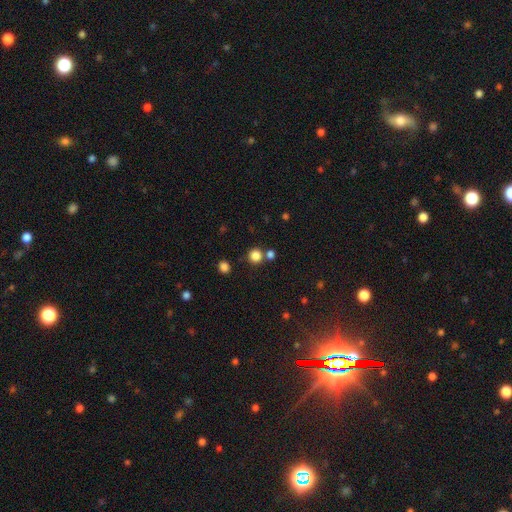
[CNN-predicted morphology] Q: Smooth or featured?
A: smooth (82%); runner-up: star or artifact (13%)
Q: How rounded?
A: round (92%); runner-up: in between (7%)
Q: Merging?
A: none (74%); runner-up: merger (16%)